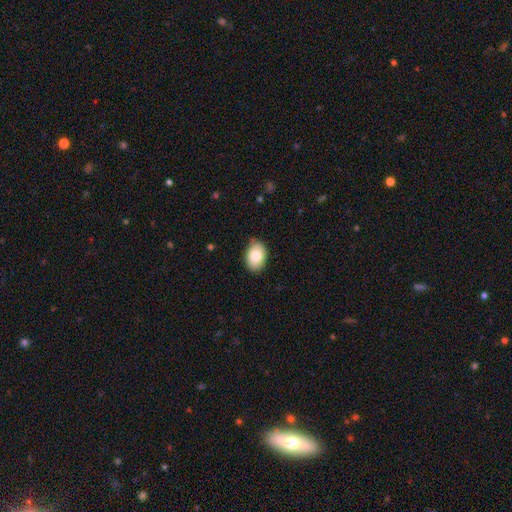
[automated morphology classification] Smooth or featured? Predicted: smooth (p=0.83). How rounded? Predicted: in between (p=0.84). Merging? Predicted: none (p=0.81).